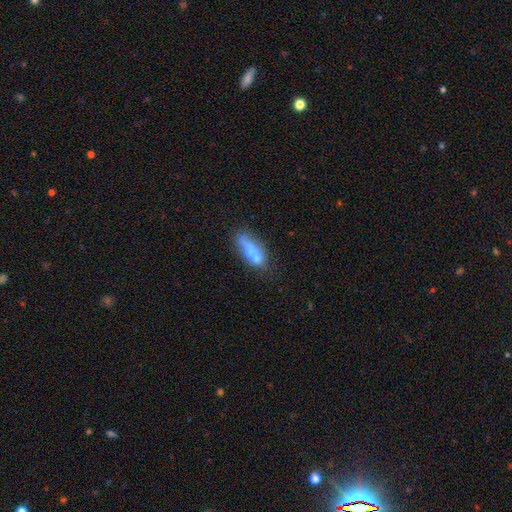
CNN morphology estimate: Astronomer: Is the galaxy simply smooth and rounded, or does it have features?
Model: smooth — 55% (runner-up: featured or disk, 33%).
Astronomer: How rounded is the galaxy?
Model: in between — 55% (runner-up: cigar-shaped, 37%).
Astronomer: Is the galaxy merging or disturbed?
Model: none — 43% (runner-up: merger, 29%).